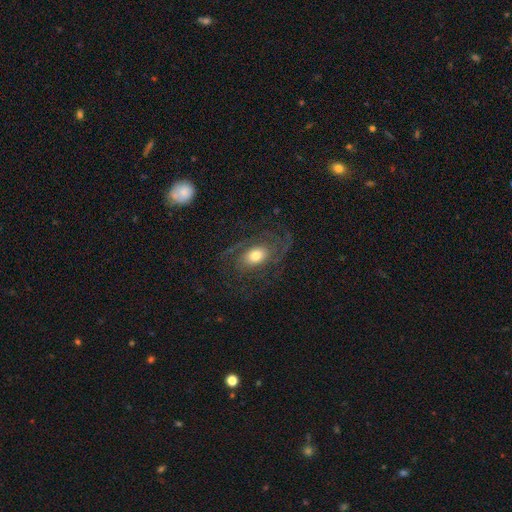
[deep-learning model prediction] smooth_or_featured: featured or disk (p=0.75) [alt: smooth p=0.18]
disk_edge_on: no (p=0.95) [alt: yes p=0.05]
bar: no (p=0.73) [alt: weak p=0.21]
has_spiral_arms: yes (p=0.91) [alt: no p=0.09]
spiral_winding: medium (p=0.44) [alt: tight p=0.31]
spiral_arm_count: 2 (p=0.41) [alt: can't tell p=0.20]
bulge_size: moderate (p=0.59) [alt: large p=0.24]
merging: none (p=0.65) [alt: major disturbance p=0.17]